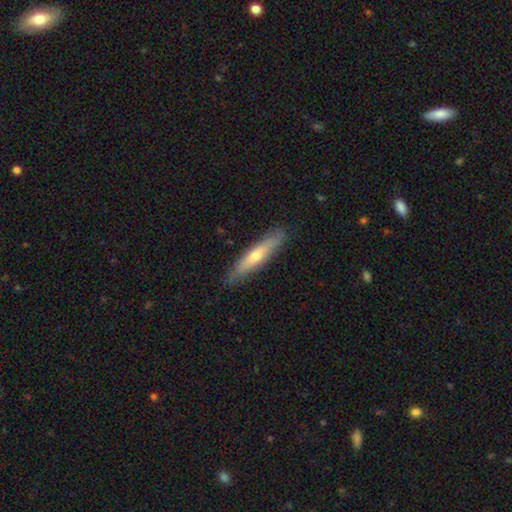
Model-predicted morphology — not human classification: Smooth or featured? Predicted: smooth (p=0.48). Merging? Predicted: none (p=0.85).